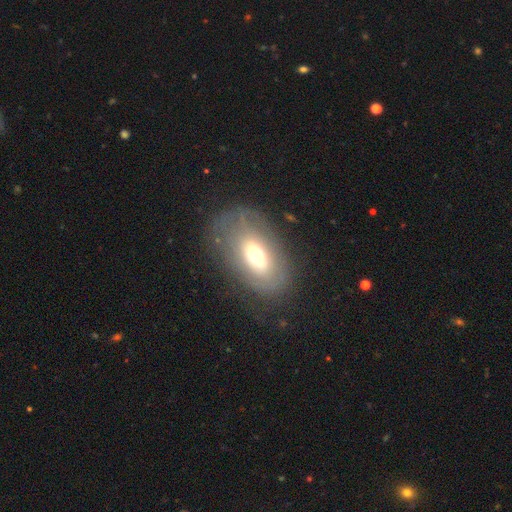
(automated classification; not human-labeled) Smooth or featured? smooth (48%)
Merging? none (68%)